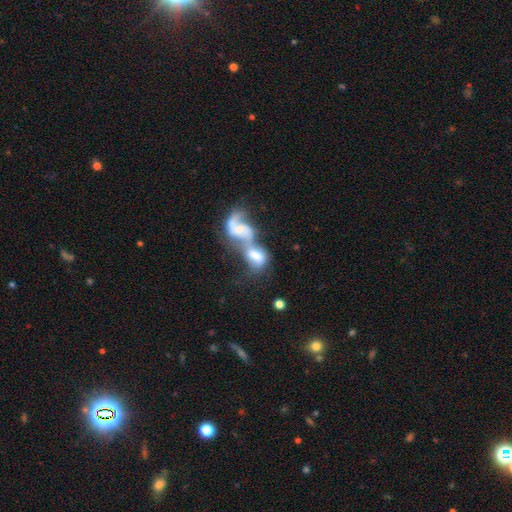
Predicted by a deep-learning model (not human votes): This is possibly a featured or disk galaxy (47%). Merging: likely merger (80%).